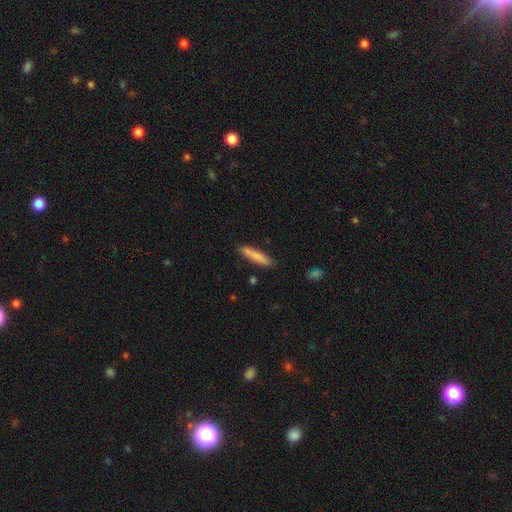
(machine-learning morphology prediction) smooth 82%, featured or disk 12%, star or artifact 6%. Down the decision tree: how rounded — cigar-shaped (84%); merging — none (83%).